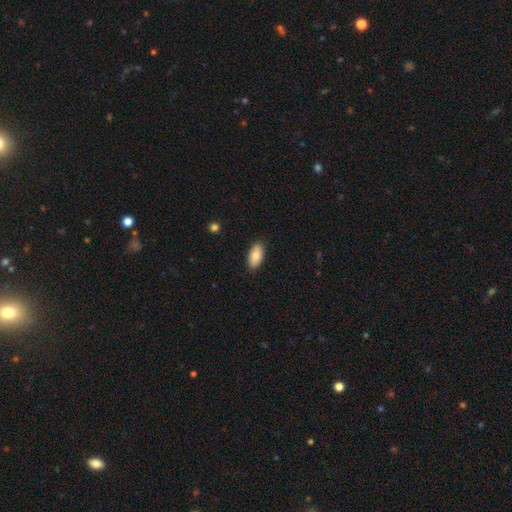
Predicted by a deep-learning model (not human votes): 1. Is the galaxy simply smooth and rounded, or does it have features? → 81% smooth, 12% featured or disk, 6% star or artifact.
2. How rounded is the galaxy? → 94% in between, 4% cigar-shaped, 3% round.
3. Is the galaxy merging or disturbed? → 87% none, 10% minor disturbance, 2% major disturbance, 1% merger.